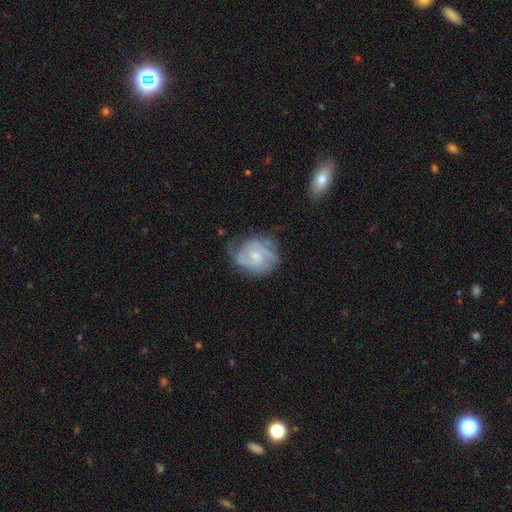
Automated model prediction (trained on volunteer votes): Smooth or featured? featured or disk (80%)
Edge-on disk? no (98%)
Bar? no (50%)
Spiral arms? yes (93%)
Spiral winding? tight (48%)
Spiral arm count? 2 (55%)
Bulge size? small (65%)
Merging? none (62%)